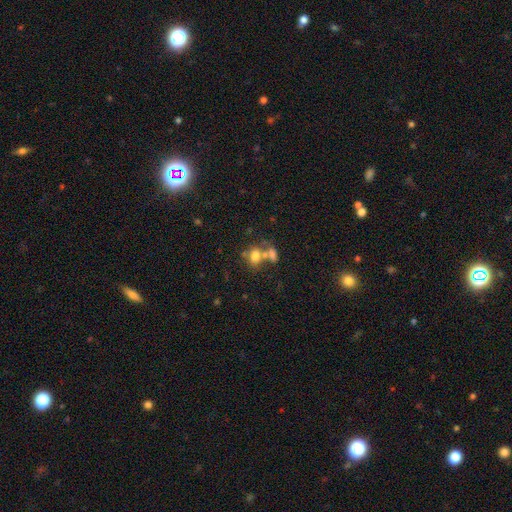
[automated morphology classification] A smooth galaxy with no disk features (71%) that is in between round and cigar-shaped (59%). Merging: merger (45%).